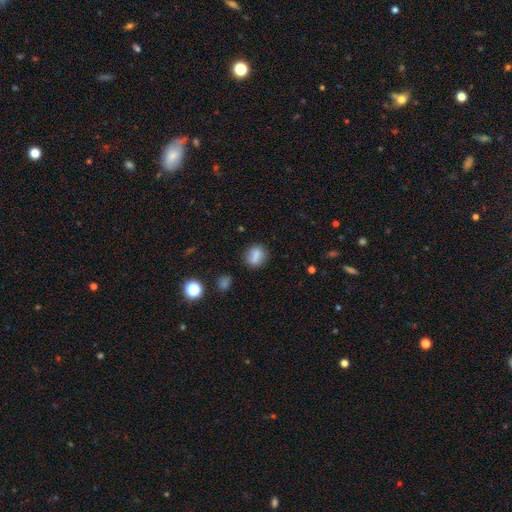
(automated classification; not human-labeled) A smooth galaxy with no disk features (78%) that is round (62%).

Vote fractions:
- Smooth or featured? smooth: 78% / featured or disk: 12% / star or artifact: 10%
- How rounded? round: 62% / in between: 35% / cigar-shaped: 3%
- Merging? none: 73% / minor disturbance: 16% / merger: 6% / major disturbance: 5%